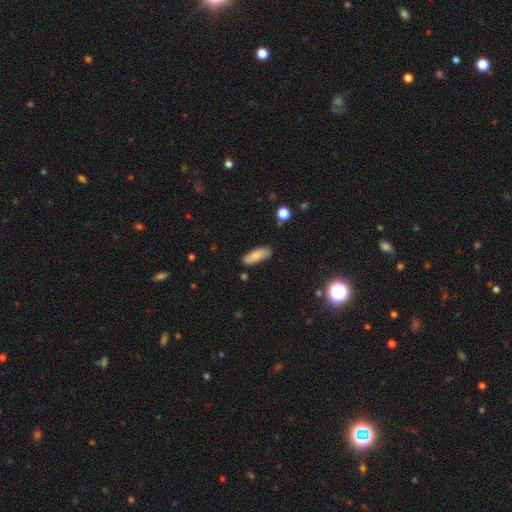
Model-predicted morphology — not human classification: Smooth or featured: smooth — 83% (featured or disk — 10%)
How rounded: in between — 65% (cigar-shaped — 33%)
Merging: none — 82% (minor disturbance — 13%)